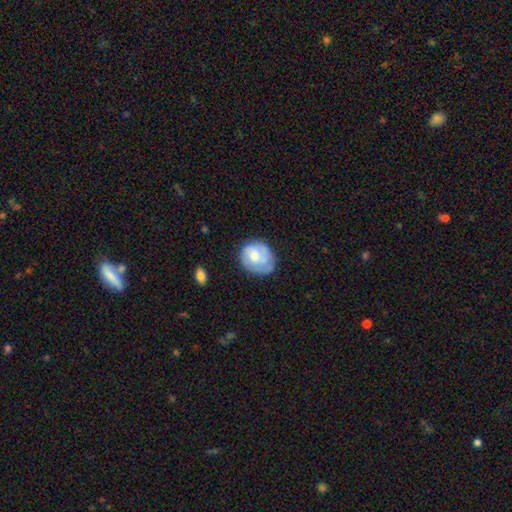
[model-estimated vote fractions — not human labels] Smooth or featured? Predicted: smooth (p=0.56). How rounded? Predicted: round (p=0.60). Merging? Predicted: none (p=0.58).